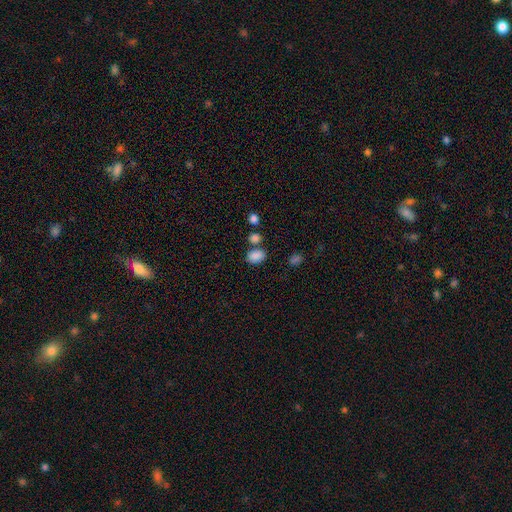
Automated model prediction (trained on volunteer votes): This appears to be a smooth galaxy with no disk features (84%) that is in between round and cigar-shaped (72%). Merging: none (66%).